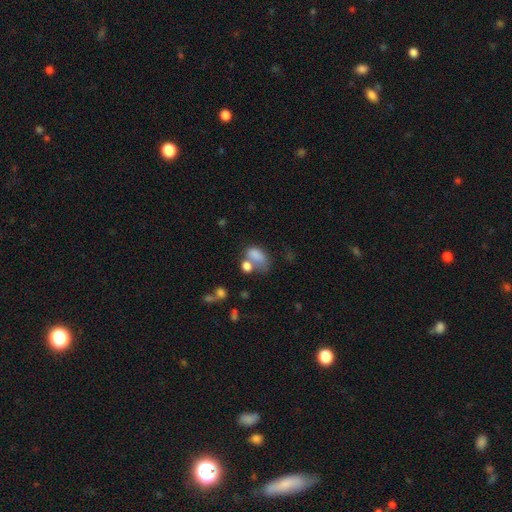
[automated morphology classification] This is likely a smooth galaxy (77%). How rounded: clearly in between (85%). Merging: marginally merger (37%).